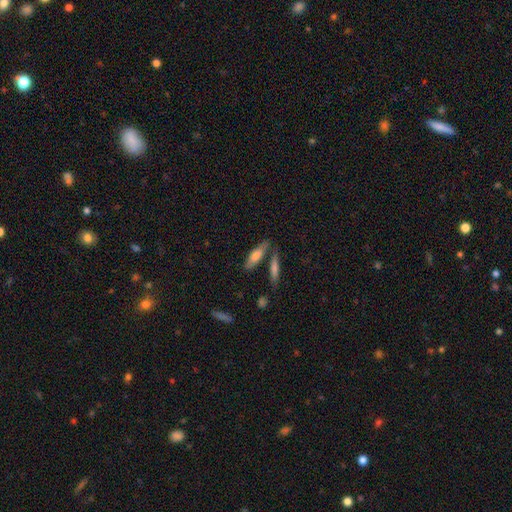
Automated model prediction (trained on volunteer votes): Smooth or featured? Predicted: smooth (p=0.69). How rounded? Predicted: cigar-shaped (p=0.61). Merging? Predicted: none (p=0.69).